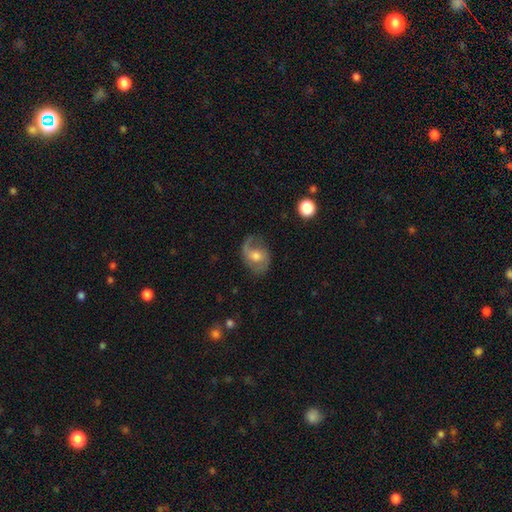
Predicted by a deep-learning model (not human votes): Smooth or featured? featured or disk (71%)
Edge-on disk? no (97%)
Bar? no (50%)
Spiral arms? yes (90%)
Spiral winding? loose (44%)
Spiral arm count? 2 (75%)
Bulge size? moderate (64%)
Merging? none (63%)